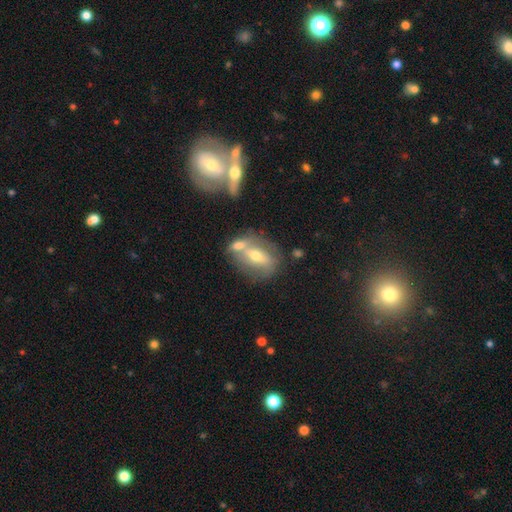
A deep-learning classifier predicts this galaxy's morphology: type=featured or disk (51%); edge-on=no (83%); merging=none (42%).